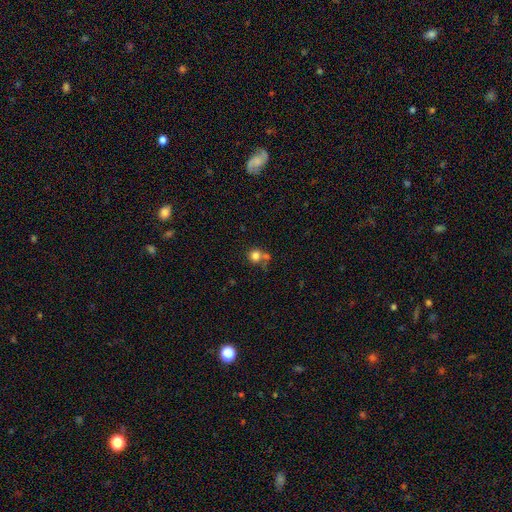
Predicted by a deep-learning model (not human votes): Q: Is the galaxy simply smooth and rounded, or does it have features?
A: smooth — 79%.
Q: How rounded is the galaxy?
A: round — 89%.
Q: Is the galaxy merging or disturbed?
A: none — 53%.